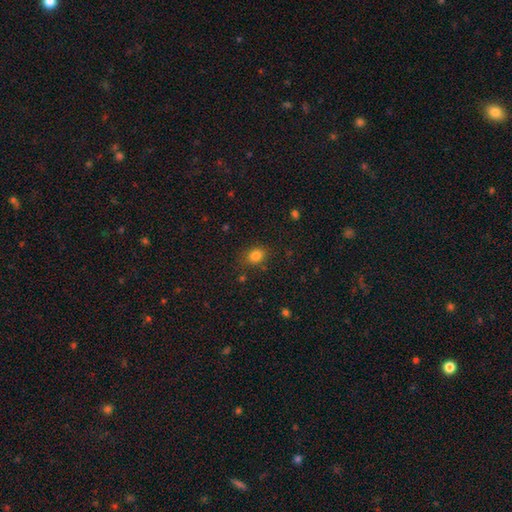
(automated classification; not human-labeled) Smooth or featured? smooth (82%)
How rounded? in between (58%)
Merging? none (82%)